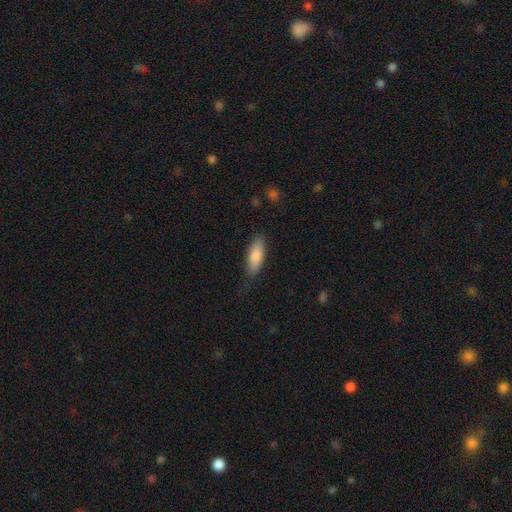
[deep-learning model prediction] This appears to be a smooth galaxy with no disk features (84%) that is in between round and cigar-shaped (65%). Merging: none (79%).